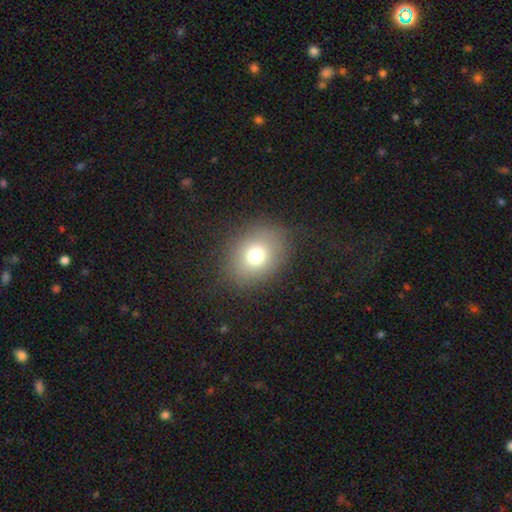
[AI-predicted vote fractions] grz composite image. It shows a smooth galaxy with no disk features (74%) that is round (51%). Merging: none (83%).